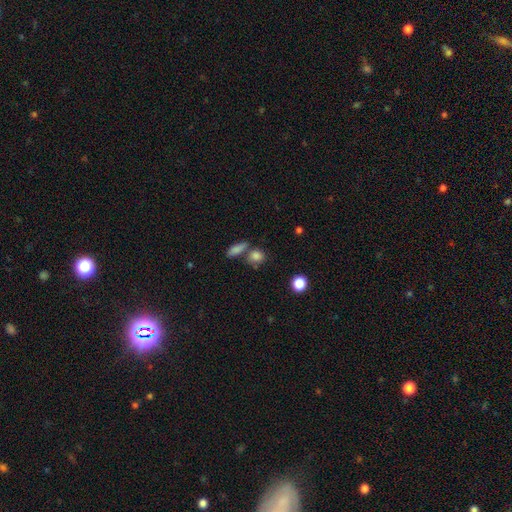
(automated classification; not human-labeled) smooth 83%, star or artifact 11%, featured or disk 7%. Down the decision tree: how rounded — round (64%); merging — none (58%).